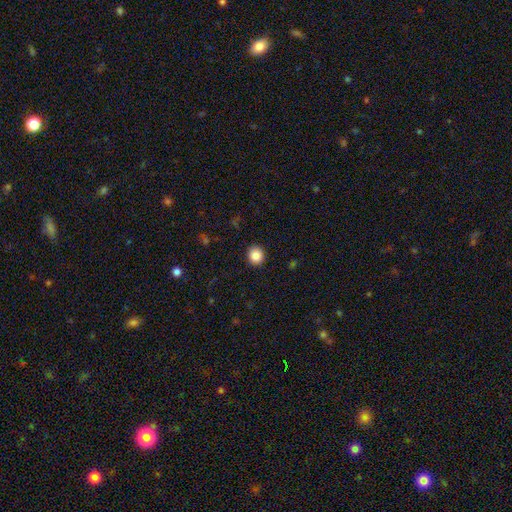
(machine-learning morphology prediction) smooth-or-featured: smooth: 87% | star or artifact: 9% | featured or disk: 3%
  how-rounded: round: 84% | in between: 15% | cigar-shaped: 1%
  merging: none: 91% | minor disturbance: 6% | major disturbance: 2% | merger: 1%